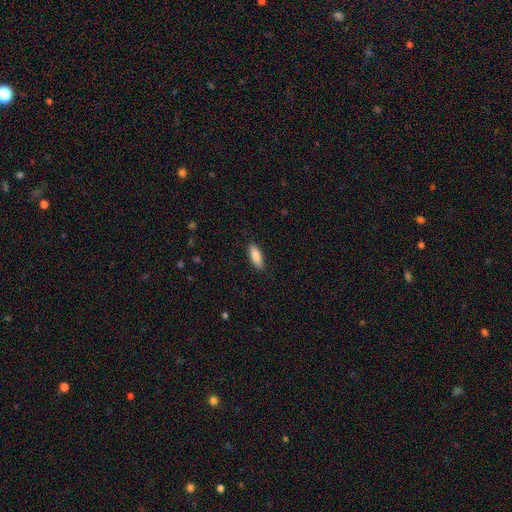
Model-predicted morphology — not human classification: A smooth galaxy with no disk features (85%) that is in between round and cigar-shaped (60%). Merging: none (88%).